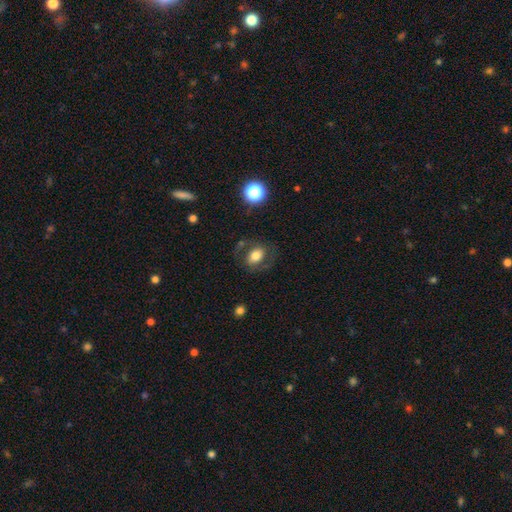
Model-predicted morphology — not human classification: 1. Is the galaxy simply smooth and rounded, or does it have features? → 58% smooth, 32% featured or disk, 10% star or artifact.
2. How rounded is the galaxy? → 67% in between, 32% round, 1% cigar-shaped.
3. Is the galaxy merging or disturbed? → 69% none, 15% minor disturbance, 13% major disturbance, 3% merger.